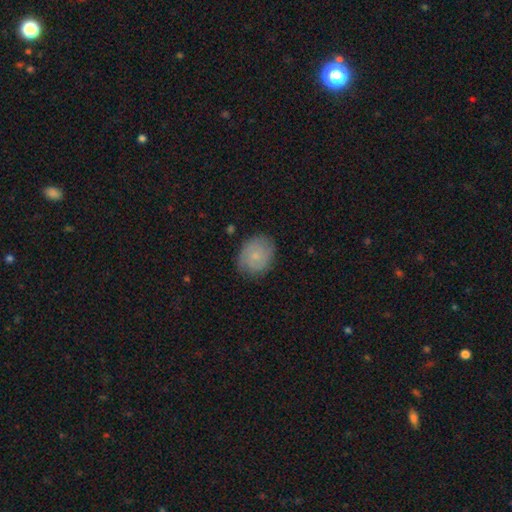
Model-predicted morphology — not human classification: type=smooth (60%); roundness=round (54%); merging=none (76%).